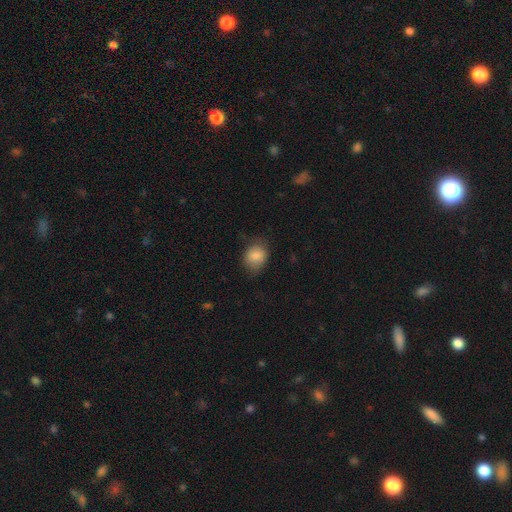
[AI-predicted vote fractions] Smooth or featured? Predicted: smooth (p=0.84). How rounded? Predicted: round (p=0.55). Merging? Predicted: none (p=0.68).